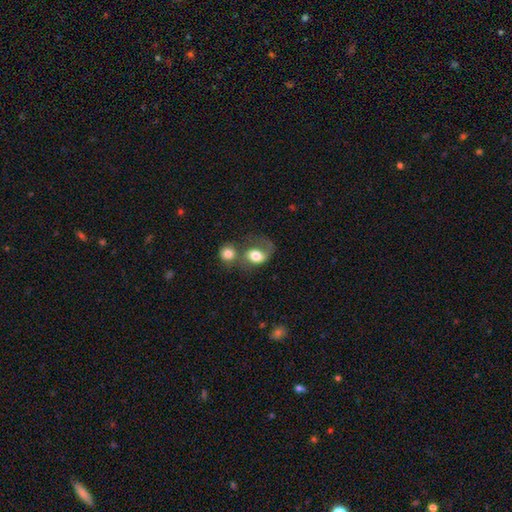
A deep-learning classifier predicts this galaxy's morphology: smooth-or-featured: smooth: 64% | featured or disk: 28% | star or artifact: 8%
  how-rounded: in between: 58% | round: 41% | cigar-shaped: 1%
  merging: merger: 47% | major disturbance: 21% | none: 20% | minor disturbance: 12%